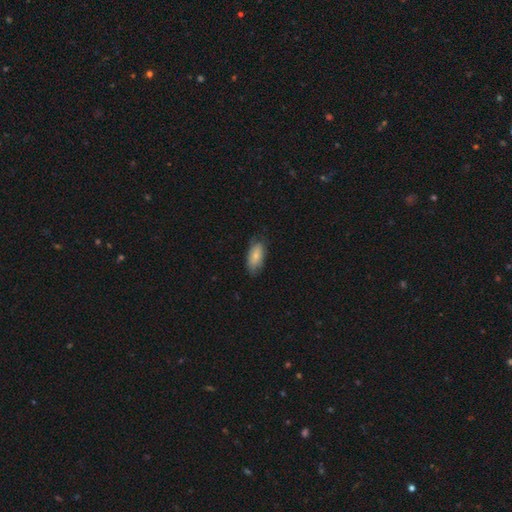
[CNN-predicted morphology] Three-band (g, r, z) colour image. It shows a smooth galaxy with no disk features (75%) that is in between round and cigar-shaped (88%). Merging: none (71%).